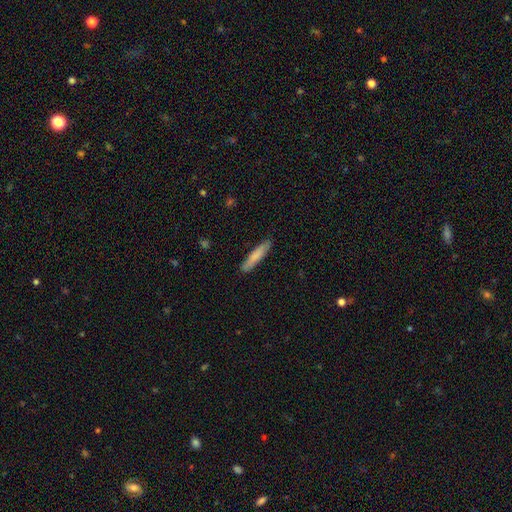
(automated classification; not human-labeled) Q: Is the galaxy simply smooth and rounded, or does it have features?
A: smooth — 79%.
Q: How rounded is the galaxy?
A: cigar-shaped — 90%.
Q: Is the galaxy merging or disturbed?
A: none — 88%.